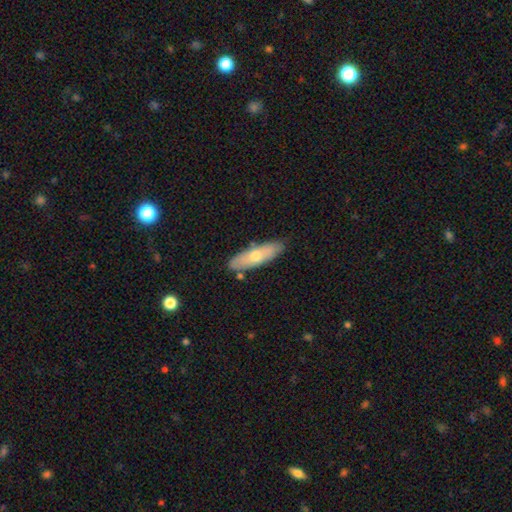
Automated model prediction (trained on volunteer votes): A smooth galaxy with no disk features (58%) that is cigar-shaped (52%).

Vote fractions:
- Smooth or featured? smooth: 58% / featured or disk: 36% / star or artifact: 6%
- How rounded? cigar-shaped: 52% / in between: 46% / round: 2%
- Merging? none: 81% / minor disturbance: 13% / merger: 4% / major disturbance: 2%